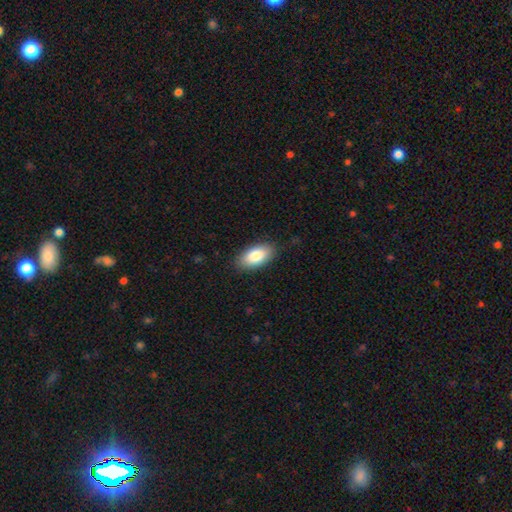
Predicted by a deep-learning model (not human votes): Morphology: type=smooth (84%); roundness=in between (93%); merging=none (86%).